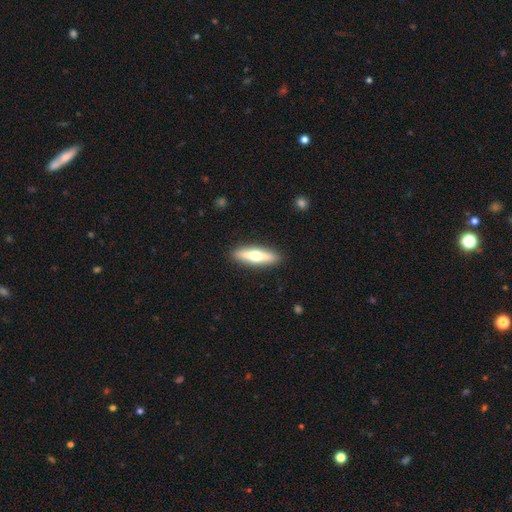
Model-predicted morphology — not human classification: This is possibly a featured or disk galaxy (48%). Merging: clearly none (91%).